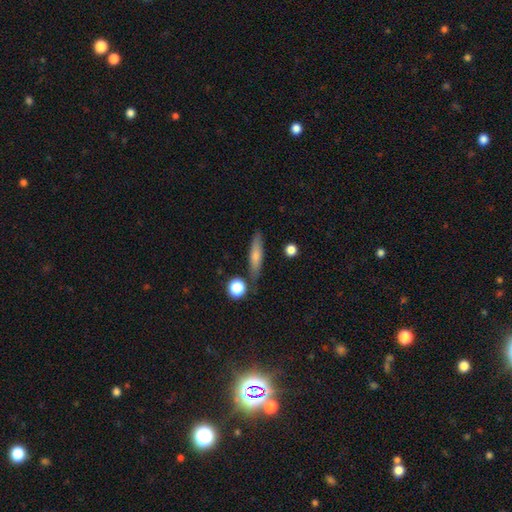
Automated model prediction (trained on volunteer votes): smooth-or-featured: smooth: 66% | featured or disk: 26% | star or artifact: 7%
  how-rounded: cigar-shaped: 74% | in between: 23% | round: 4%
  merging: none: 77% | minor disturbance: 14% | merger: 6% | major disturbance: 4%